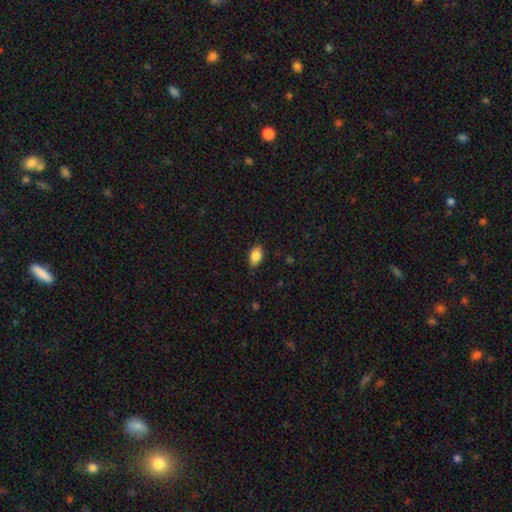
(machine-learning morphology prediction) This appears to be a smooth galaxy with no disk features (86%) that is in between round and cigar-shaped (88%). Merging: none (81%).